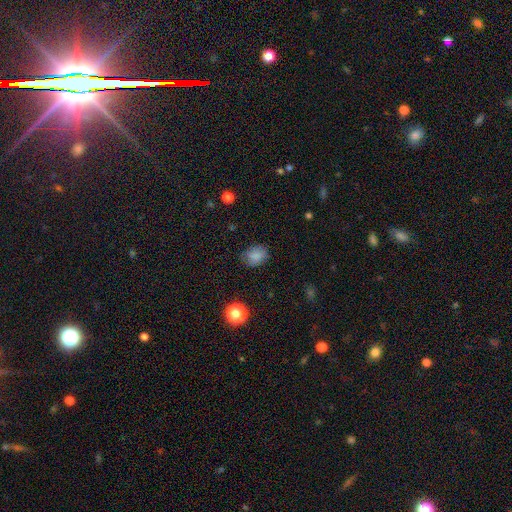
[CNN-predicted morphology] The model was most divided on "how rounded": in between: 58%, round: 41%, cigar-shaped: 1%. More confident: smooth or featured — smooth (82%); merging — none (74%).